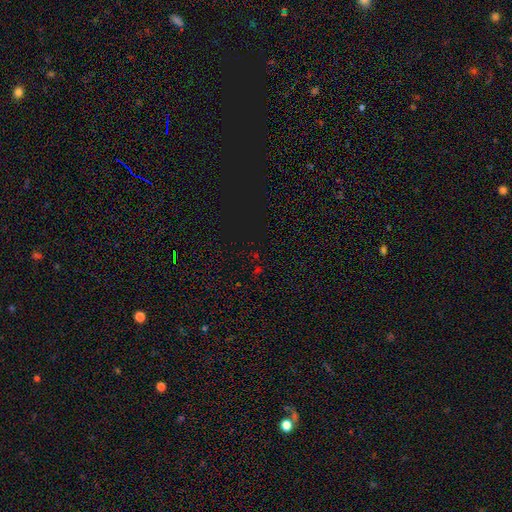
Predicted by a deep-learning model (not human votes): A star or artifact, not a galaxy (68%).